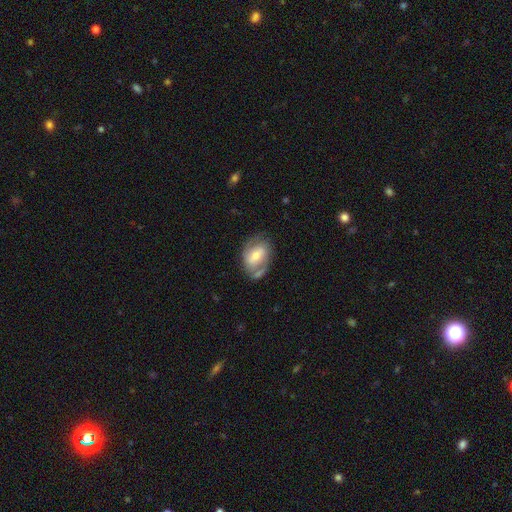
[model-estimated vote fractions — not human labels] Smooth or featured?
  - featured or disk: 60% *
  - smooth: 33%
  - star or artifact: 6%
Edge-on disk?
  - no: 95% *
  - yes: 5%
Bar?
  - weak: 43% *
  - strong: 29%
  - no: 28%
Spiral arms?
  - yes: 73% *
  - no: 27%
Bulge size?
  - moderate: 57% *
  - small: 33%
  - large: 7%
  - none: 2%
  - dominant: 1%
Merging?
  - none: 58% *
  - minor disturbance: 22%
  - major disturbance: 10%
  - merger: 10%